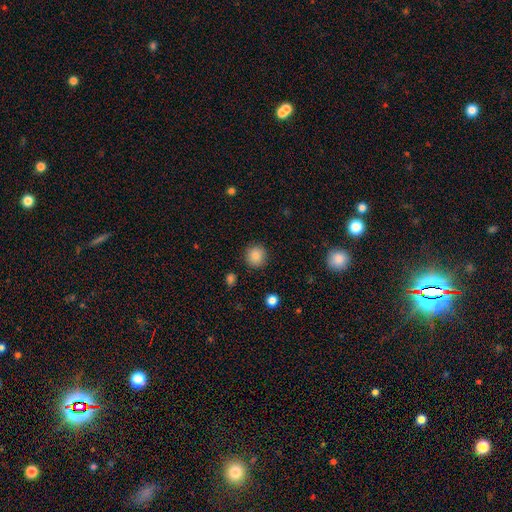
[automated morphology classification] Overall: smooth (86%). How rounded: round (93%). Merging: none (90%).